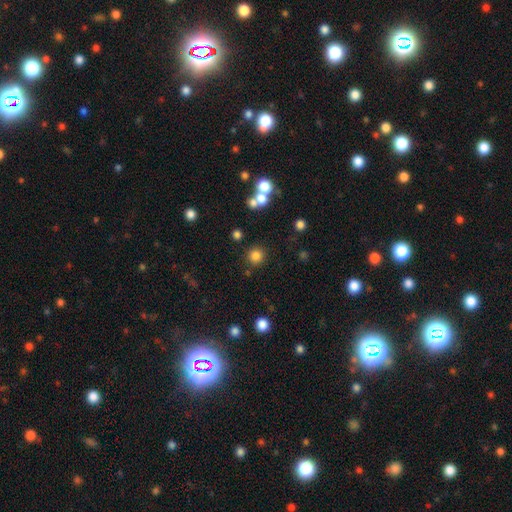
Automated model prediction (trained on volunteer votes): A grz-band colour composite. It shows a smooth galaxy with no disk features (80%) that is round (93%). Merging: none (85%).